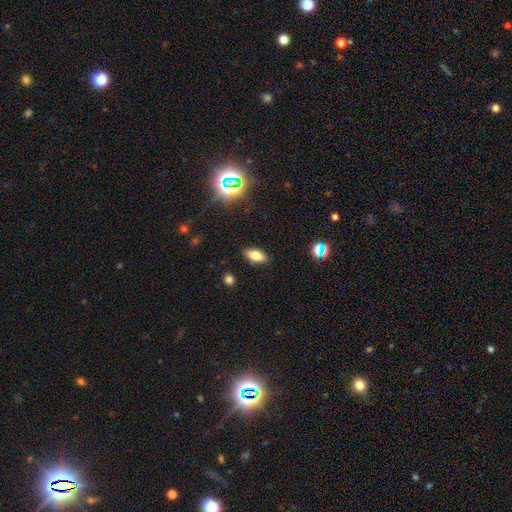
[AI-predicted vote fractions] Smooth or featured: smooth — 74% (featured or disk — 14%)
How rounded: in between — 85% (cigar-shaped — 11%)
Merging: none — 87% (minor disturbance — 9%)